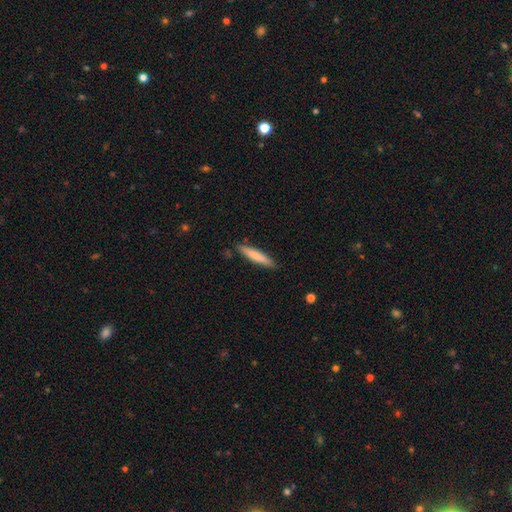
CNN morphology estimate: This is likely a smooth galaxy (75%). How rounded: clearly cigar-shaped (90%). Merging: clearly none (86%).